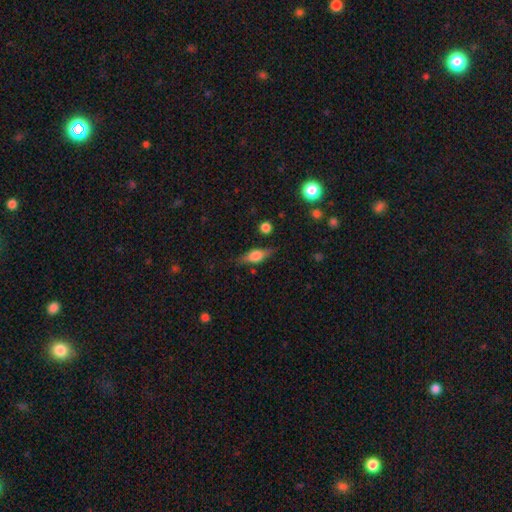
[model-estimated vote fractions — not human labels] Overall: featured or disk (47%; smooth 45%). Merging: none (79%).